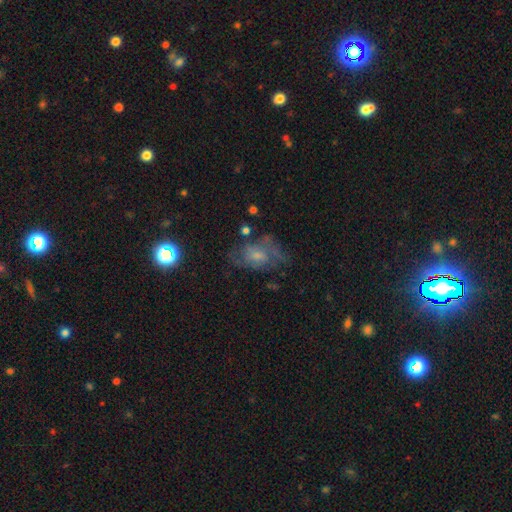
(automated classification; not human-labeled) smooth-or-featured: featured or disk: 57% | smooth: 27% | star or artifact: 15%
  disk-edge-on: no: 95% | yes: 5%
    bar: no: 68% | weak: 28% | strong: 5%
    has-spiral-arms: yes: 69% | no: 31%
    bulge-size: small: 52% | moderate: 32% | none: 10% | large: 4% | dominant: 1%
  merging: none: 56% | minor disturbance: 22% | major disturbance: 19% | merger: 3%